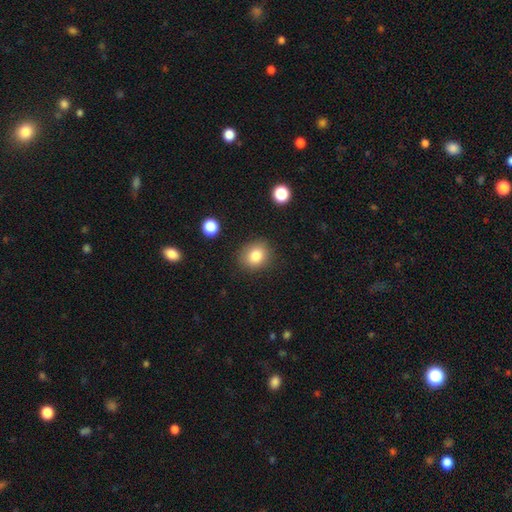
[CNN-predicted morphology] Q: Smooth or featured?
A: smooth (83%); runner-up: star or artifact (10%)
Q: How rounded?
A: round (67%); runner-up: in between (33%)
Q: Merging?
A: none (84%); runner-up: minor disturbance (11%)